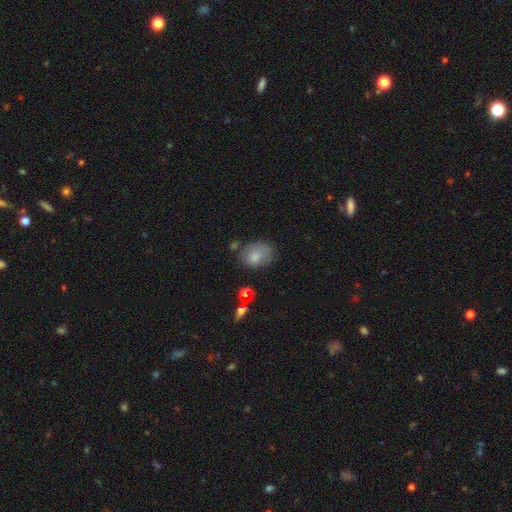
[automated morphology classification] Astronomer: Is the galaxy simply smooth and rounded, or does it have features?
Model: smooth — 78%.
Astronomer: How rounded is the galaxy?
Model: in between — 63%.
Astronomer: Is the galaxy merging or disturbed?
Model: none — 54%.